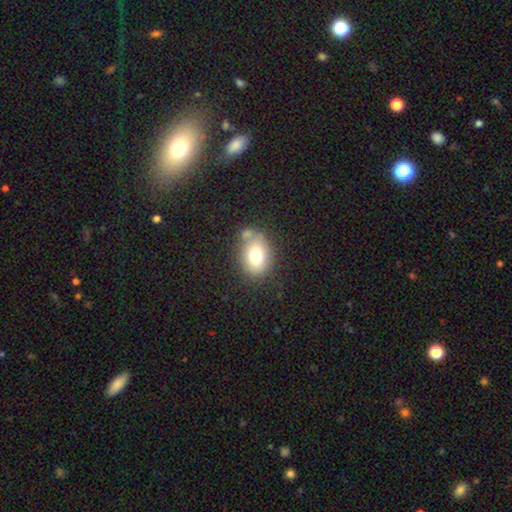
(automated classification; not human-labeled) This appears to be a smooth galaxy with no disk features (74%) that is in between round and cigar-shaped (68%). Merging: none (63%).